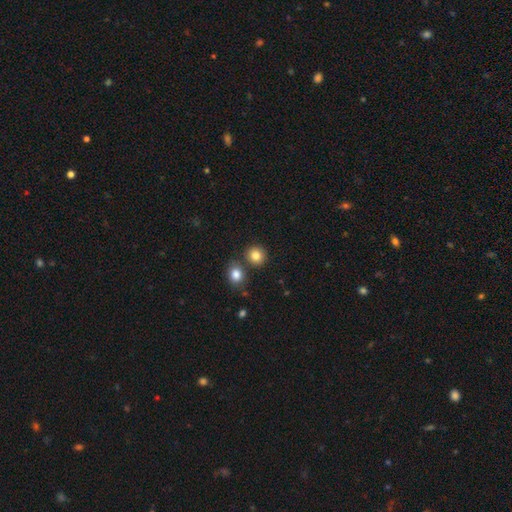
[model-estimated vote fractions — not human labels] Overall: smooth (83%). How rounded: round (88%). Merging: none (77%).